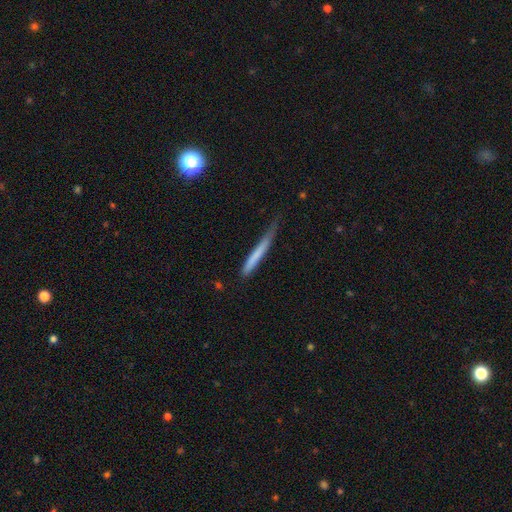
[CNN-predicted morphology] smooth_or_featured: smooth (p=0.67) [alt: featured or disk p=0.26]
how_rounded: cigar-shaped (p=0.97) [alt: in between p=0.02]
merging: none (p=0.59) [alt: minor disturbance p=0.31]